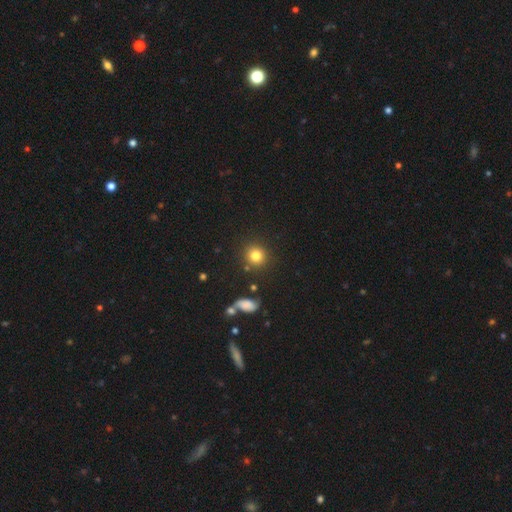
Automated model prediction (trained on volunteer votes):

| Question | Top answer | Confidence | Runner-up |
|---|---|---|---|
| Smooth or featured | smooth | 81% | star or artifact (12%) |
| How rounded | round | 90% | in between (9%) |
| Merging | none | 86% | minor disturbance (7%) |